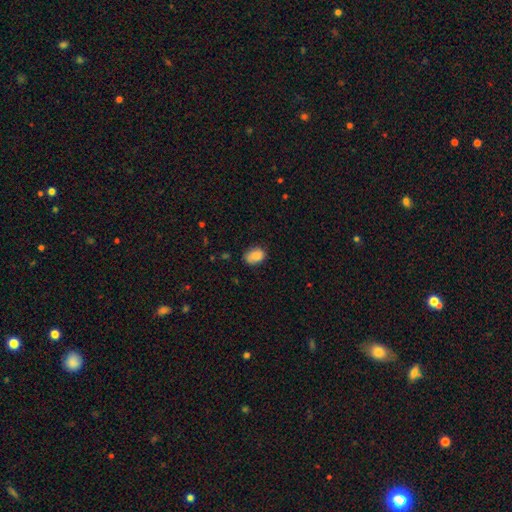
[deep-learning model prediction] Smooth or featured: smooth — 84% (featured or disk — 8%)
How rounded: in between — 78% (round — 21%)
Merging: none — 70% (minor disturbance — 24%)